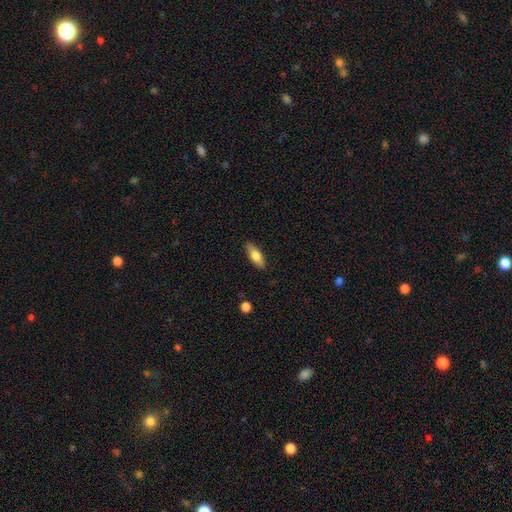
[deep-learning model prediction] Smooth or featured: smooth — 68% (featured or disk — 26%)
How rounded: in between — 65% (cigar-shaped — 32%)
Merging: none — 87% (minor disturbance — 10%)